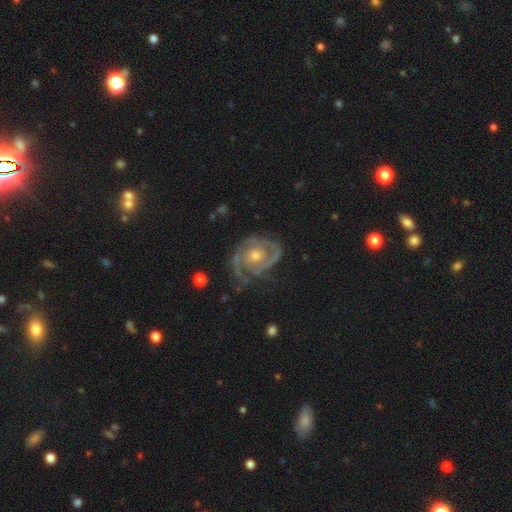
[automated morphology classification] Smooth or featured? featured or disk (90%)
Edge-on disk? no (98%)
Bar? no (75%)
Spiral arms? yes (97%)
Spiral winding? tight (62%)
Spiral arm count? 2 (66%)
Bulge size? moderate (63%)
Merging? none (68%)